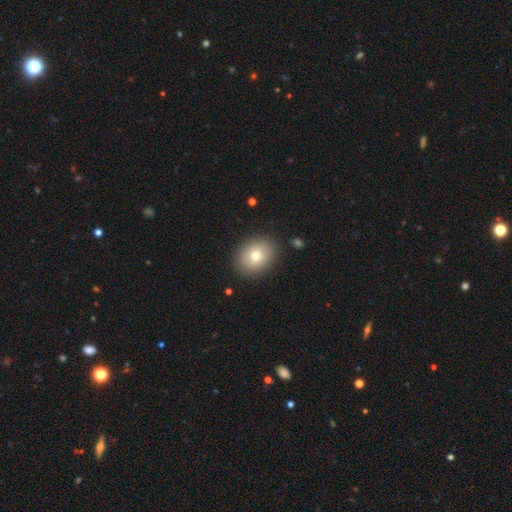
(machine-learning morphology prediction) A smooth galaxy with no disk features (77%) that is in between round and cigar-shaped (56%).

Vote fractions:
- Smooth or featured? smooth: 77% / featured or disk: 13% / star or artifact: 10%
- How rounded? in between: 56% / round: 43% / cigar-shaped: 1%
- Merging? none: 87% / minor disturbance: 9% / major disturbance: 3% / merger: 1%